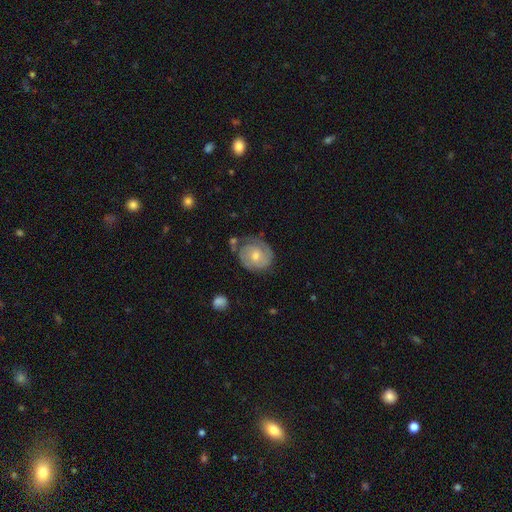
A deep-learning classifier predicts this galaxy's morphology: Q: Smooth or featured?
A: featured or disk (69%); runner-up: smooth (24%)
Q: Edge-on disk?
A: no (97%); runner-up: yes (3%)
Q: Bar?
A: no (72%); runner-up: weak (24%)
Q: Spiral arms?
A: yes (86%); runner-up: no (14%)
Q: Spiral winding?
A: tight (68%); runner-up: medium (25%)
Q: Spiral arm count?
A: 2 (53%); runner-up: can't tell (27%)
Q: Bulge size?
A: moderate (60%); runner-up: small (35%)
Q: Merging?
A: none (67%); runner-up: minor disturbance (20%)